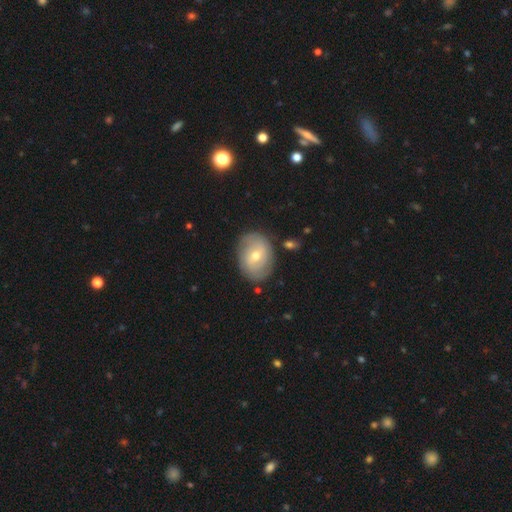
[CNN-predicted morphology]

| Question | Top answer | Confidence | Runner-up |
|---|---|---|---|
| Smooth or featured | featured or disk | 54% | smooth (39%) |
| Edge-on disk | no | 95% | yes (5%) |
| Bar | weak | 46% | no (44%) |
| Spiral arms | yes | 68% | no (32%) |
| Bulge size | moderate | 58% | small (38%) |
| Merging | none | 81% | minor disturbance (13%) |